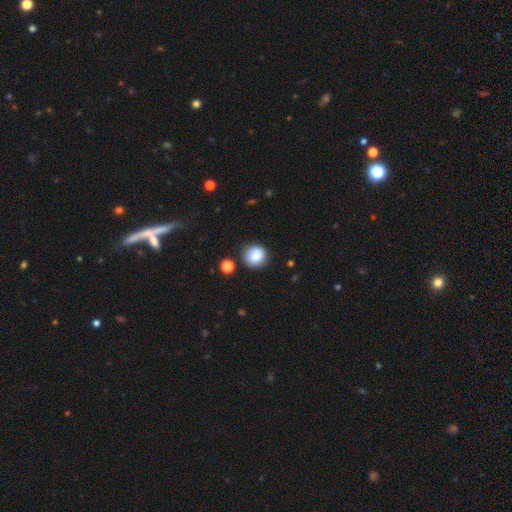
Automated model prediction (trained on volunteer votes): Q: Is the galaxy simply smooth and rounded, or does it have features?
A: smooth — 83%.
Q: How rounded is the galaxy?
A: round — 91%.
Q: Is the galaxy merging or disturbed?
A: none — 80%.